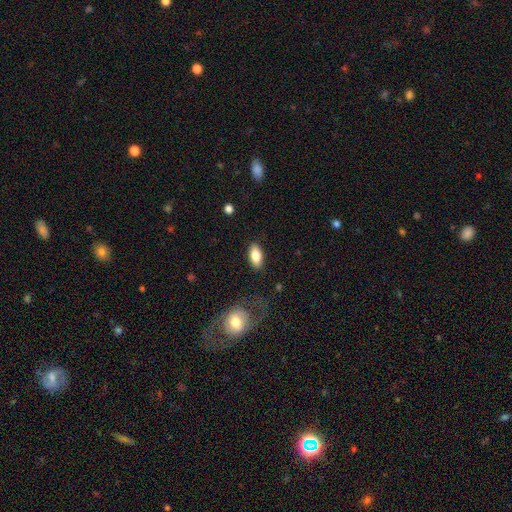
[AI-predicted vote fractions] Smooth or featured: smooth — 81% (featured or disk — 12%)
How rounded: in between — 89% (cigar-shaped — 8%)
Merging: none — 86% (minor disturbance — 9%)